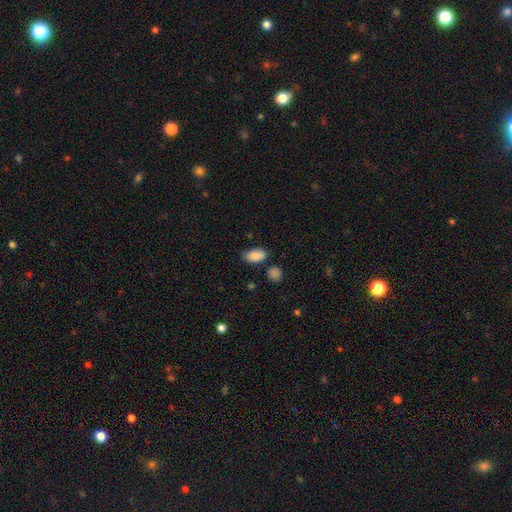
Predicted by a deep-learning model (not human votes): A smooth galaxy with no disk features (86%) that is in between round and cigar-shaped (92%).

Vote fractions:
- Smooth or featured? smooth: 86% / star or artifact: 8% / featured or disk: 6%
- How rounded? in between: 92% / round: 6% / cigar-shaped: 2%
- Merging? none: 74% / minor disturbance: 17% / merger: 5% / major disturbance: 4%